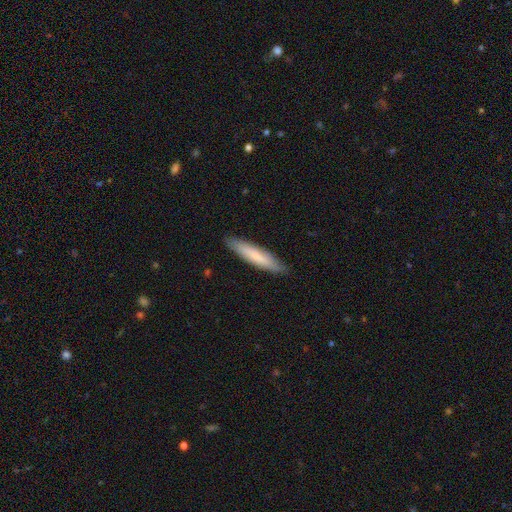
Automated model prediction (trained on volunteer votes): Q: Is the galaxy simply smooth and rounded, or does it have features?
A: smooth — 75%.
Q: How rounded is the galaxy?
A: cigar-shaped — 86%.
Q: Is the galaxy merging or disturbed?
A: none — 88%.